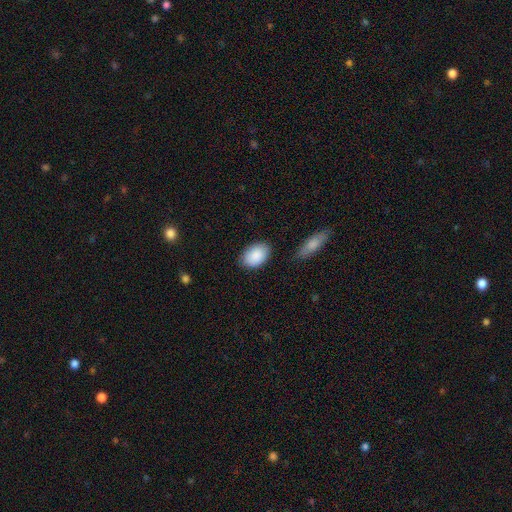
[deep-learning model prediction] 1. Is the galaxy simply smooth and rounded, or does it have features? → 89% smooth, 6% star or artifact, 5% featured or disk.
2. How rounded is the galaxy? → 85% in between, 13% round, 1% cigar-shaped.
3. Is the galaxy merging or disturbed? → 80% none, 14% minor disturbance, 3% merger, 3% major disturbance.